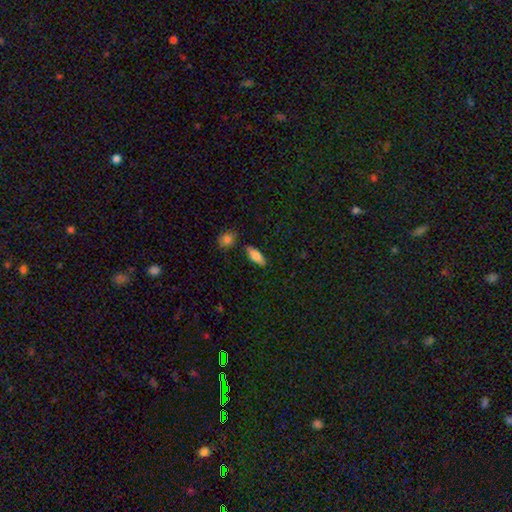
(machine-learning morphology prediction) smooth 82%, featured or disk 12%, star or artifact 7%. Down the decision tree: how rounded — in between (79%); merging — none (84%).